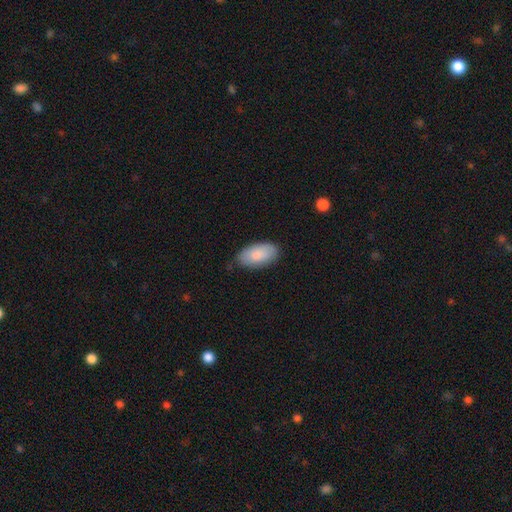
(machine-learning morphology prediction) smooth 84%, featured or disk 11%, star or artifact 6%. Down the decision tree: how rounded — in between (95%); merging — none (81%).